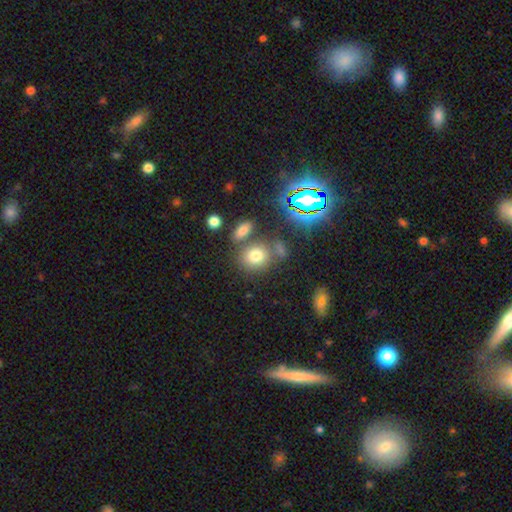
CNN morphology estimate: Overall: smooth (70%). How rounded: round (68%; in between 30%). Merging: none (65%).